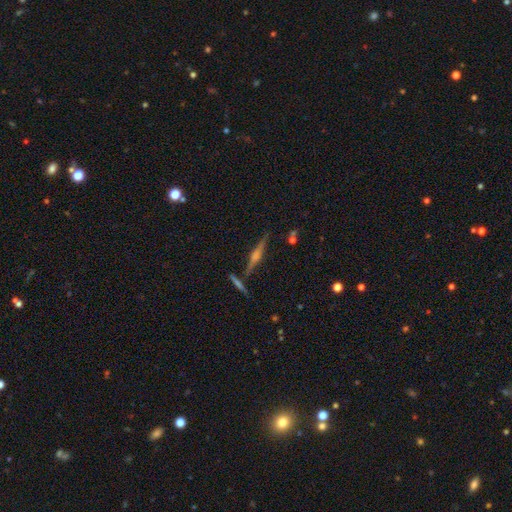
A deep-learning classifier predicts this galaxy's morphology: Overall: featured or disk (73%). Edge-on disk: yes (97%). Edge-on bulge: rounded (76%). Merging: none (81%).